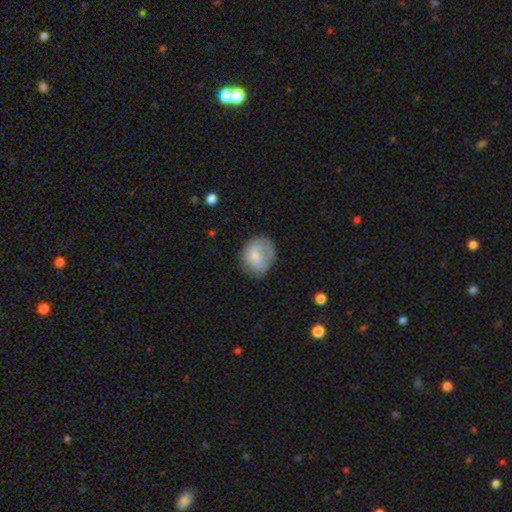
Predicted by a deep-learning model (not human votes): A smooth galaxy with no disk features (66%) that is round (52%).

Vote fractions:
- Smooth or featured? smooth: 66% / featured or disk: 26% / star or artifact: 8%
- How rounded? round: 52% / in between: 47% / cigar-shaped: 1%
- Merging? none: 53% / minor disturbance: 30% / major disturbance: 15% / merger: 2%